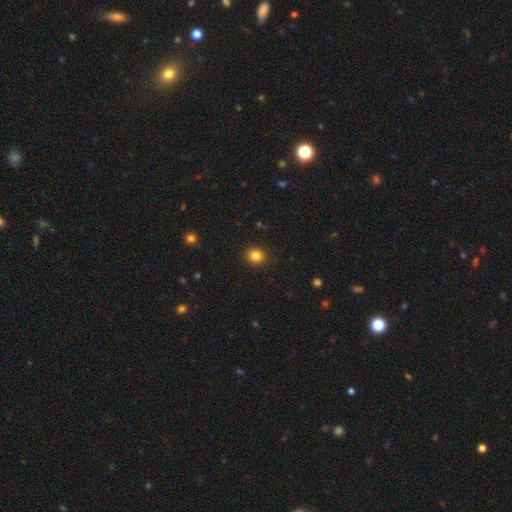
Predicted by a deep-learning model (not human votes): Smooth or featured? smooth (84%)
How rounded? round (76%)
Merging? none (88%)